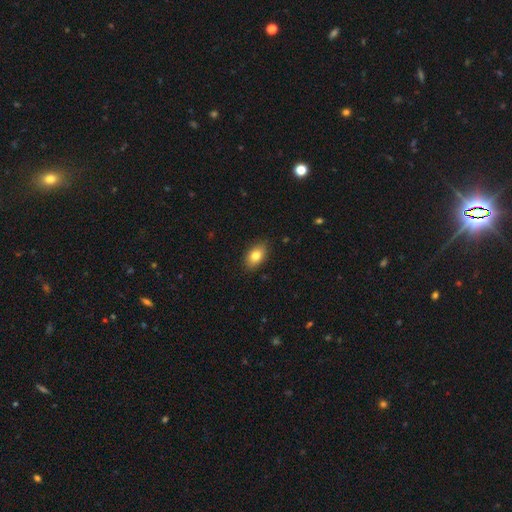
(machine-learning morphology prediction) smooth-or-featured: smooth: 82% | featured or disk: 11% | star or artifact: 8%
  how-rounded: in between: 89% | round: 9% | cigar-shaped: 2%
  merging: none: 86% | minor disturbance: 10% | major disturbance: 2% | merger: 1%